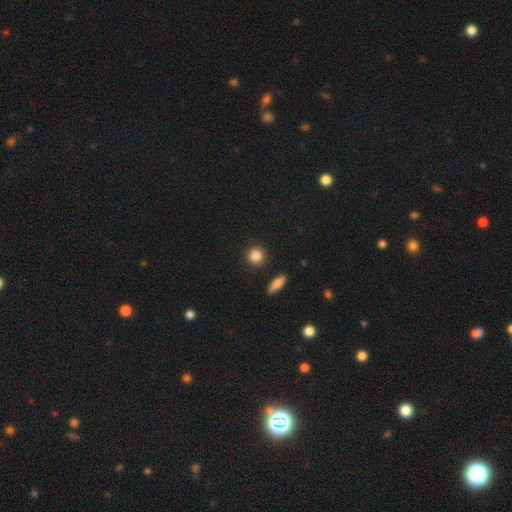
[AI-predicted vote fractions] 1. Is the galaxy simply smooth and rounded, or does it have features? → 86% smooth, 9% star or artifact, 5% featured or disk.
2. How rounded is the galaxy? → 89% round, 9% in between, 2% cigar-shaped.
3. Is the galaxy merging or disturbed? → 90% none, 6% minor disturbance, 2% merger, 2% major disturbance.